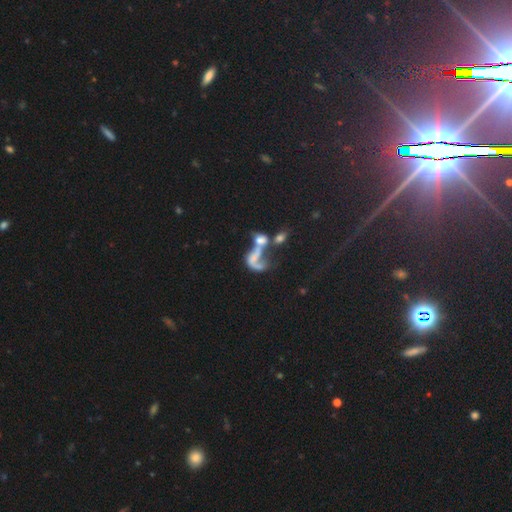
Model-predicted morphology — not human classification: Smooth or featured? featured or disk (56%)
Edge-on disk? no (95%)
Bar? no (68%)
Spiral arms? yes (54%)
Bulge size? none (54%)
Merging? merger (62%)